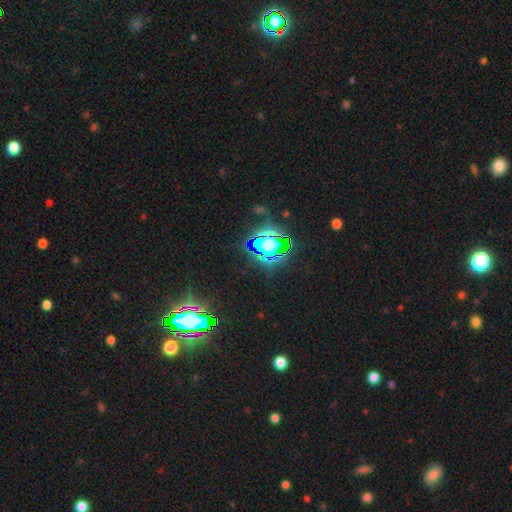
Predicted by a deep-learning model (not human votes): A star or artifact, not a galaxy (79%).

Vote fractions:
- Smooth or featured? star or artifact: 79% / smooth: 13% / featured or disk: 8%